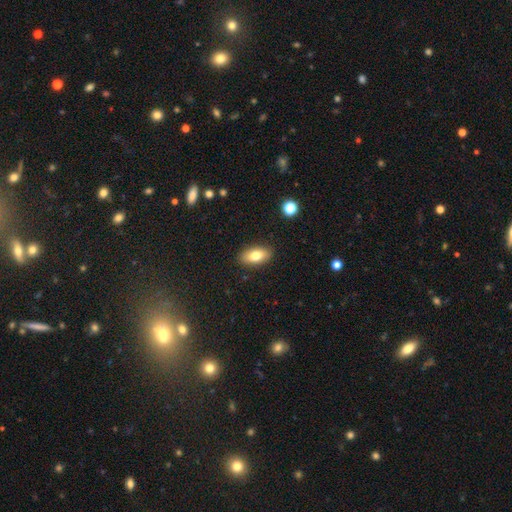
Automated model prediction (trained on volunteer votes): Smooth or featured: smooth — 78% (featured or disk — 14%)
How rounded: in between — 89% (cigar-shaped — 6%)
Merging: none — 88% (minor disturbance — 8%)